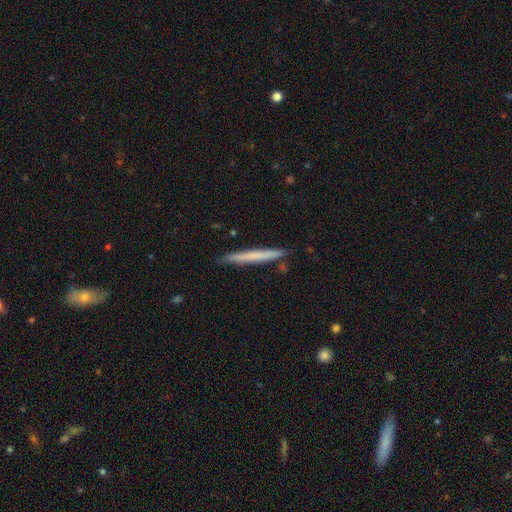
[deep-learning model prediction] Morphology: type=smooth (60%); roundness=cigar-shaped (97%); merging=none (88%).